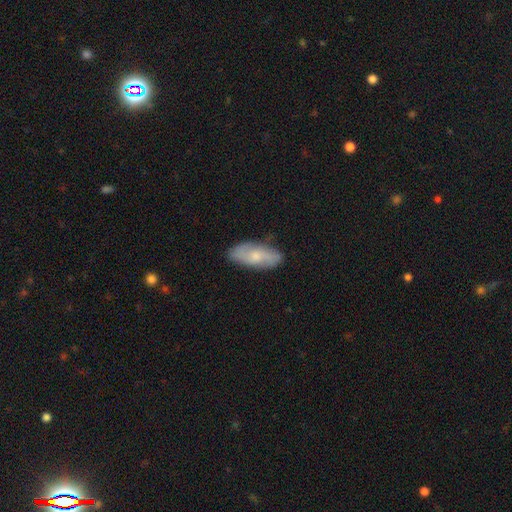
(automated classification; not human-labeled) Smooth or featured?
  - smooth: 53% *
  - featured or disk: 41%
  - star or artifact: 6%
How rounded?
  - in between: 78% *
  - cigar-shaped: 19%
  - round: 3%
Merging?
  - none: 81% *
  - minor disturbance: 15%
  - major disturbance: 3%
  - merger: 1%